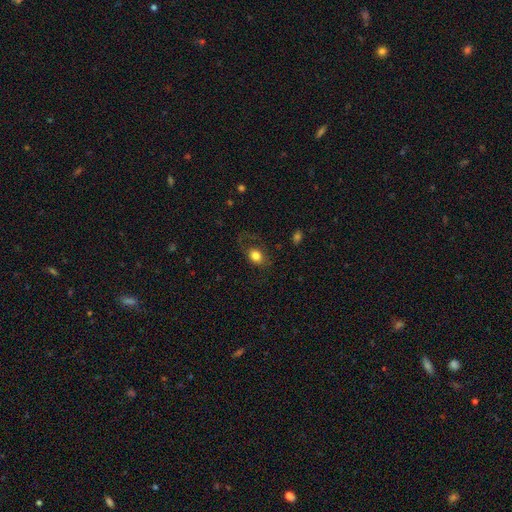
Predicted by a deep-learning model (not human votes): The model was most divided on "how rounded": in between: 65%, round: 34%, cigar-shaped: 1%. More confident: smooth or featured — smooth (78%); merging — none (58%).